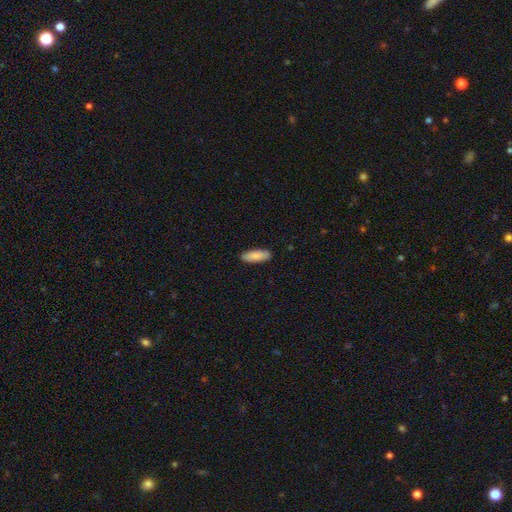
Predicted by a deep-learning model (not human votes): Morphology: type=smooth (86%); roundness=in between (61%); merging=none (89%).